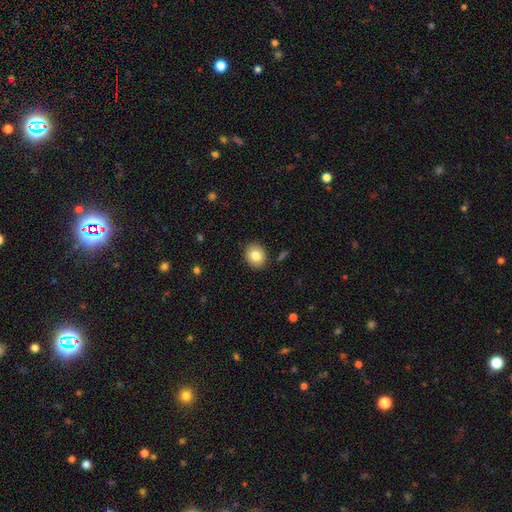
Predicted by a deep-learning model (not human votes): Smooth or featured?
  - smooth: 82% *
  - featured or disk: 9%
  - star or artifact: 9%
How rounded?
  - round: 66% *
  - in between: 33%
  - cigar-shaped: 1%
Merging?
  - none: 89% *
  - minor disturbance: 8%
  - major disturbance: 2%
  - merger: 1%